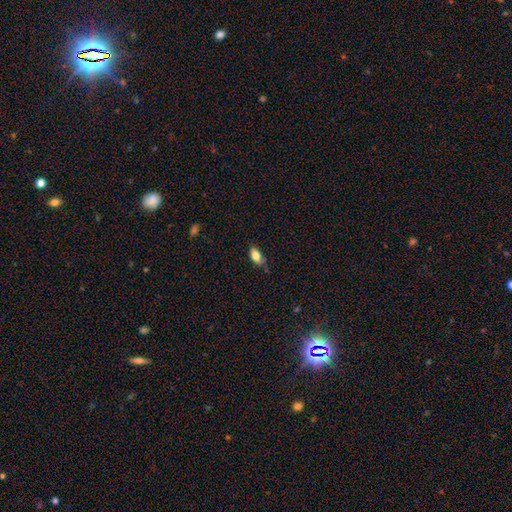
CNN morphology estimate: type=smooth (78%); roundness=in between (87%); merging=none (69%).